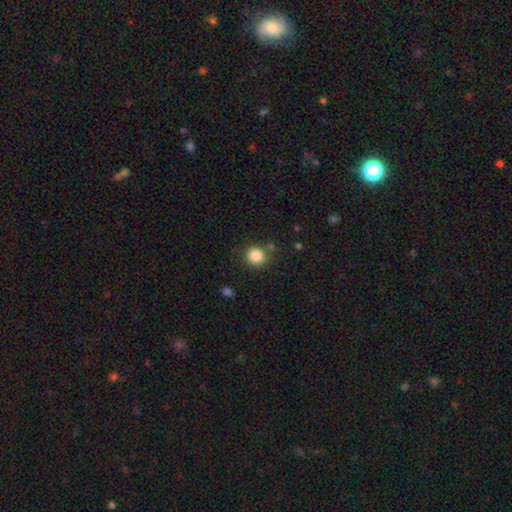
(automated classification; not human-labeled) Morphology: type=smooth (86%); roundness=round (88%); merging=none (81%).